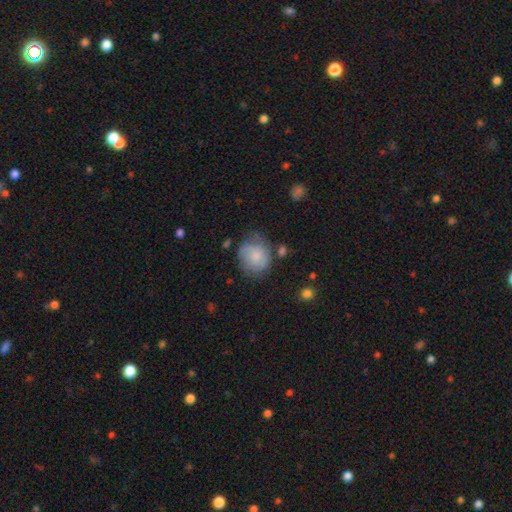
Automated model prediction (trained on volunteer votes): Smooth or featured?
  - smooth: 69% *
  - featured or disk: 24%
  - star or artifact: 8%
How rounded?
  - round: 71% *
  - in between: 28%
  - cigar-shaped: 1%
Merging?
  - none: 55% *
  - minor disturbance: 29%
  - major disturbance: 12%
  - merger: 4%